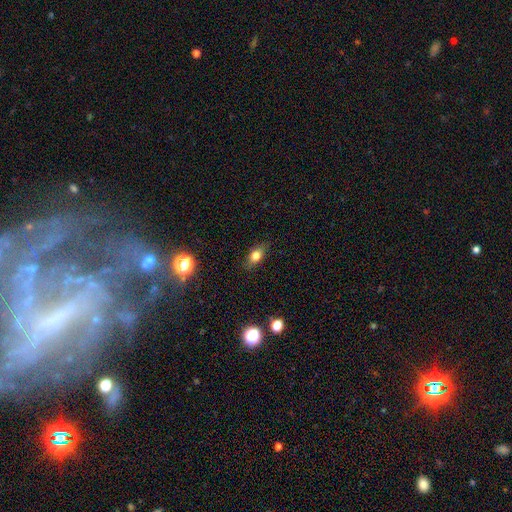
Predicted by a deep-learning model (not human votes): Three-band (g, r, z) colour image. It shows a smooth galaxy with no disk features (75%) that is in between round and cigar-shaped (77%). Merging: none (85%).